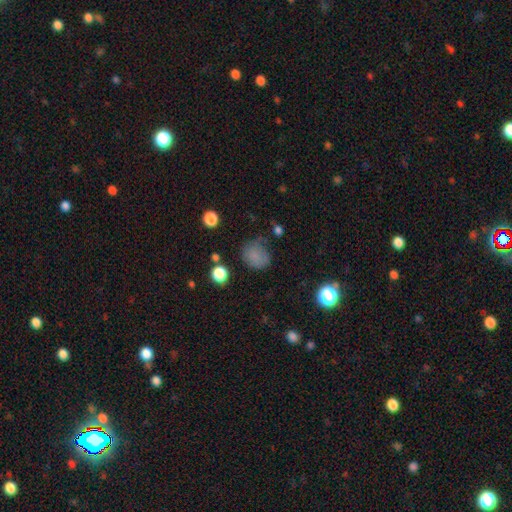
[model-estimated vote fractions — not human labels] The model was most divided on "merging": none: 56%, minor disturbance: 28%, major disturbance: 14%, merger: 3%. More confident: smooth or featured — smooth (77%); how rounded — round (65%).